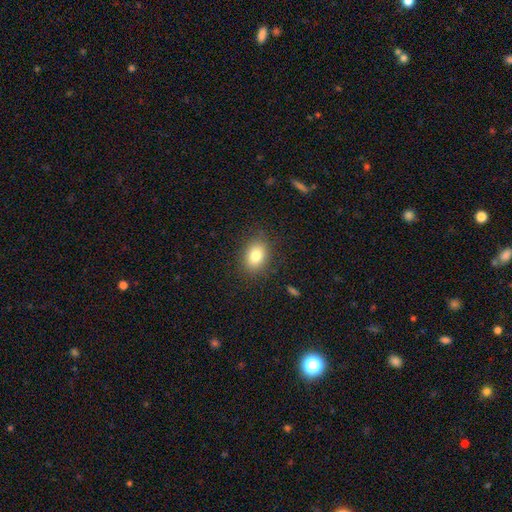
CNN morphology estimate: Smooth or featured? smooth (80%)
How rounded? in between (67%)
Merging? none (85%)